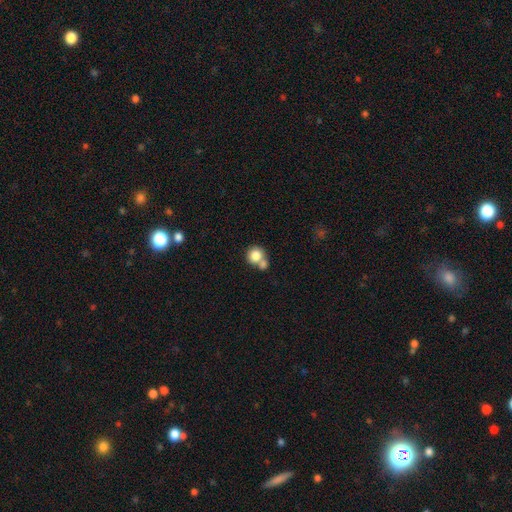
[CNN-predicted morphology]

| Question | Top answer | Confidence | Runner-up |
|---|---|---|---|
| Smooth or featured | smooth | 81% | featured or disk (10%) |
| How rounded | round | 85% | in between (14%) |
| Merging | merger | 44% | none (43%) |